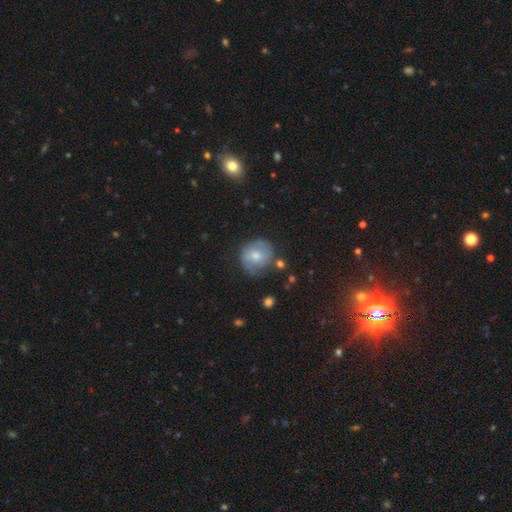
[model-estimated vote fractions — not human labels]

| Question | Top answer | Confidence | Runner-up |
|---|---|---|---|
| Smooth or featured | smooth | 57% | featured or disk (35%) |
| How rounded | round | 83% | in between (16%) |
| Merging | none | 64% | minor disturbance (24%) |